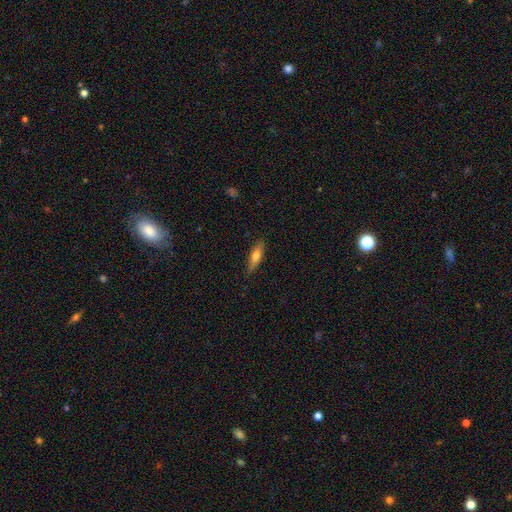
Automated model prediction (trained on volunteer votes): A smooth galaxy with no disk features (63%) that is cigar-shaped (62%). Merging: none (85%).